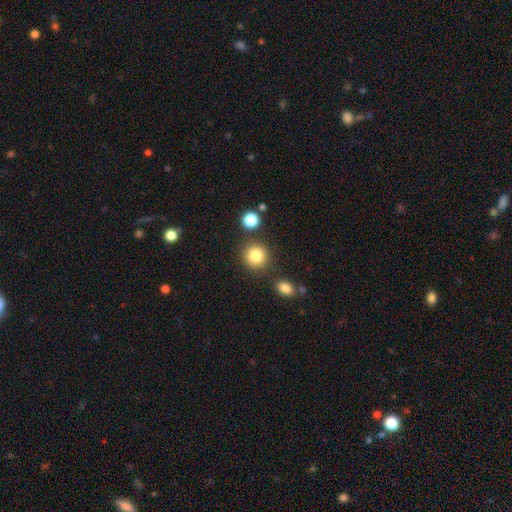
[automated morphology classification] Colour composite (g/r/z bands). It shows a smooth galaxy with no disk features (83%) that is round (91%). Merging: none (82%).